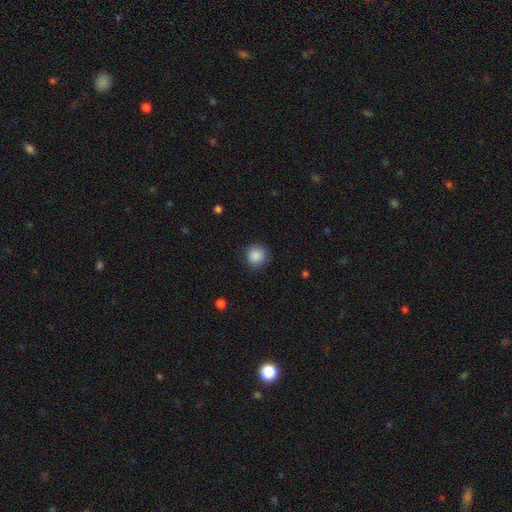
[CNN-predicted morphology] type=smooth (88%); roundness=round (92%); merging=none (86%).